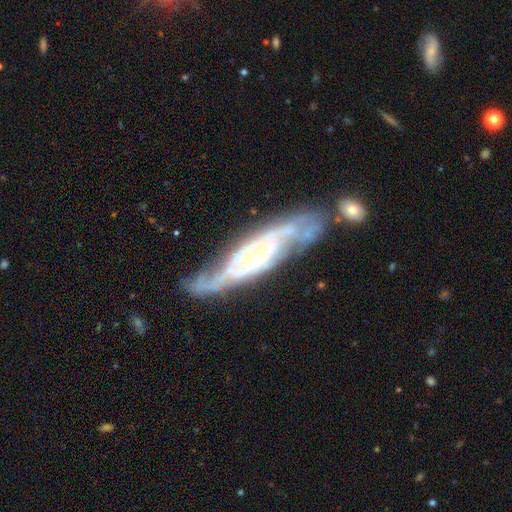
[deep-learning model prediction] Smooth or featured?
  - featured or disk: 87% *
  - smooth: 8%
  - star or artifact: 5%
Edge-on disk?
  - no: 73% *
  - yes: 27%
Bar?
  - no: 48% *
  - weak: 35%
  - strong: 16%
Spiral arms?
  - yes: 91% *
  - no: 9%
Spiral winding?
  - tight: 48% *
  - medium: 40%
  - loose: 13%
Spiral arm count?
  - 2: 45% *
  - can't tell: 33%
  - 3: 11%
  - 4: 4%
  - 1: 4%
  - more than 4: 3%
Bulge size?
  - small: 64% *
  - moderate: 30%
  - none: 3%
  - large: 2%
  - dominant: 1%
Merging?
  - none: 61% *
  - minor disturbance: 21%
  - major disturbance: 10%
  - merger: 8%